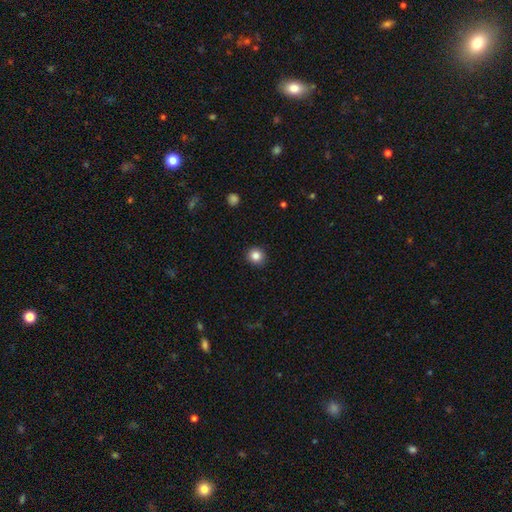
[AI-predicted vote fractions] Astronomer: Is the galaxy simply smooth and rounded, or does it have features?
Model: smooth — 84%.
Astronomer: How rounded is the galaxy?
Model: round — 90%.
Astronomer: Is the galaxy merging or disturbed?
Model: none — 91%.